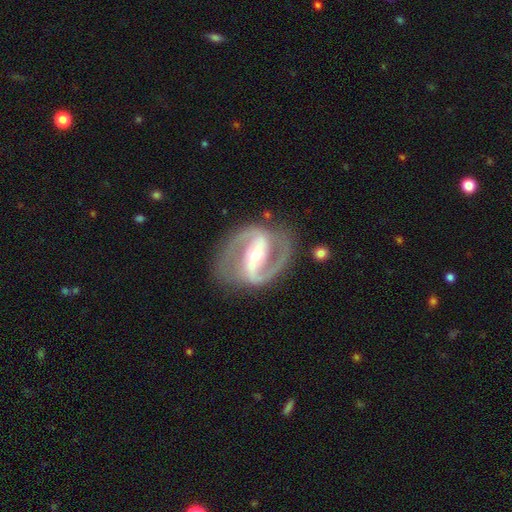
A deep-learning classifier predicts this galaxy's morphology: Overall: featured or disk (92%). Edge-on disk: no (97%). Bar: strong (72%). Spiral arms: yes (97%). Spiral arm count: 2 (93%). Spiral winding: medium (60%; tight 25%). Bulge size: small (58%; moderate 38%). Merging: none (82%).